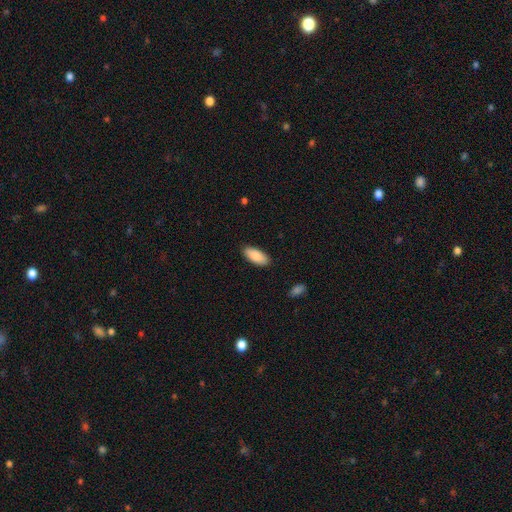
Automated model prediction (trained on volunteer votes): This is clearly a smooth galaxy (89%). How rounded: clearly in between (88%). Merging: clearly none (88%).